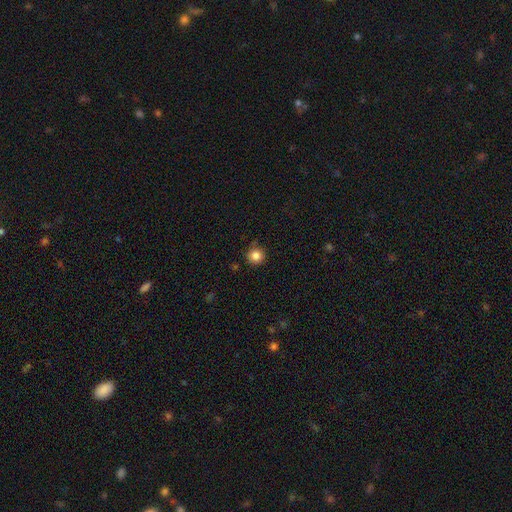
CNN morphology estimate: The model was most divided on "smooth or featured": smooth: 84%, star or artifact: 11%, featured or disk: 5%. More confident: how rounded — round (95%); merging — none (87%).